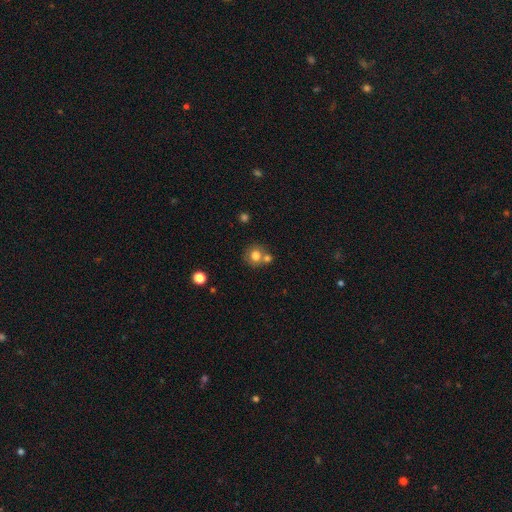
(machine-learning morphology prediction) This appears to be a smooth galaxy with no disk features (77%) that is round (85%). Merging: none (55%).